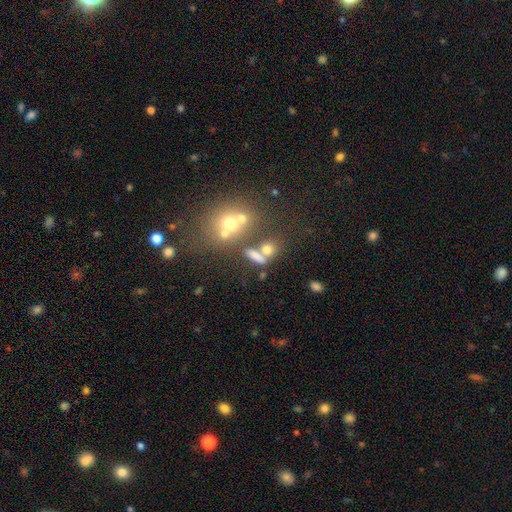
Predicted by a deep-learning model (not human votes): Smooth or featured?
  - smooth: 67% *
  - star or artifact: 17%
  - featured or disk: 17%
How rounded?
  - in between: 46% *
  - round: 30%
  - cigar-shaped: 24%
Merging?
  - none: 53% *
  - merger: 28%
  - minor disturbance: 12%
  - major disturbance: 7%